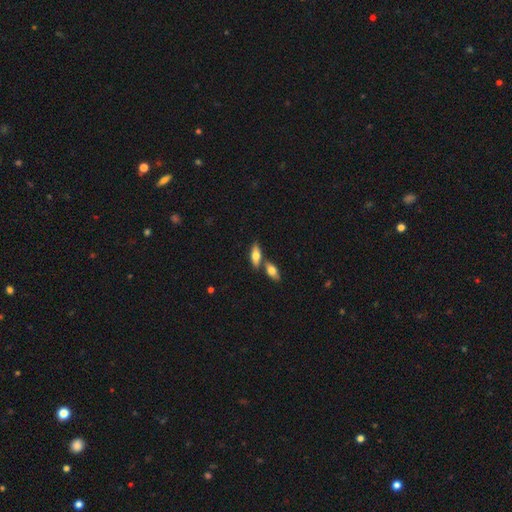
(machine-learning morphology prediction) This appears to be a smooth galaxy with no disk features (64%) that is in between round and cigar-shaped (70%). Merging: none (56%).